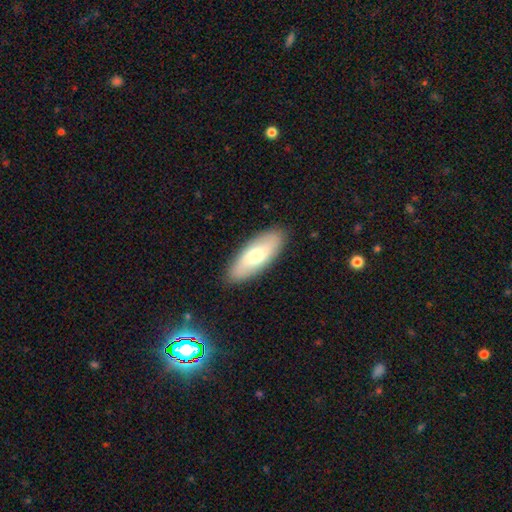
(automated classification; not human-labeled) Smooth or featured?
  - smooth: 61% *
  - featured or disk: 33%
  - star or artifact: 6%
How rounded?
  - in between: 76% *
  - cigar-shaped: 22%
  - round: 3%
Merging?
  - none: 89% *
  - minor disturbance: 8%
  - major disturbance: 2%
  - merger: 1%